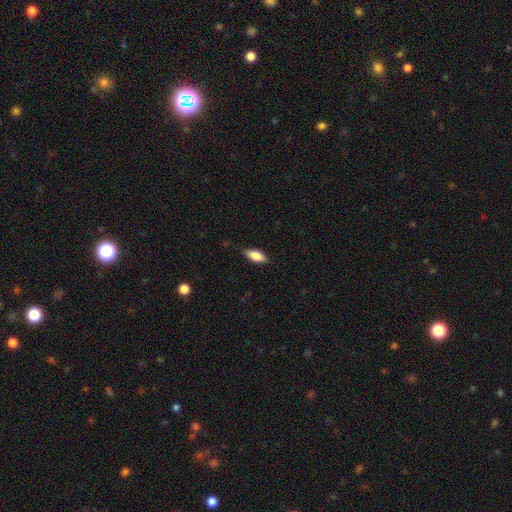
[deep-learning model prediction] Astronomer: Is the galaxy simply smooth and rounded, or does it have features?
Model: smooth — 81%.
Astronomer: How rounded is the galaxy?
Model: in between — 81%.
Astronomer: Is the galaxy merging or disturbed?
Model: none — 84%.